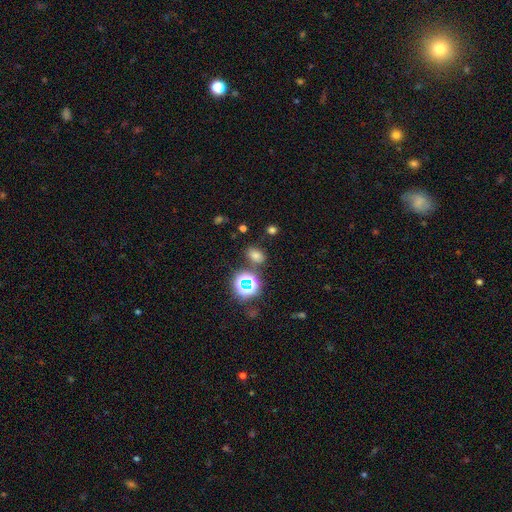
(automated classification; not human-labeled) Morphology: type=smooth (64%); roundness=in between (72%); merging=none (77%).